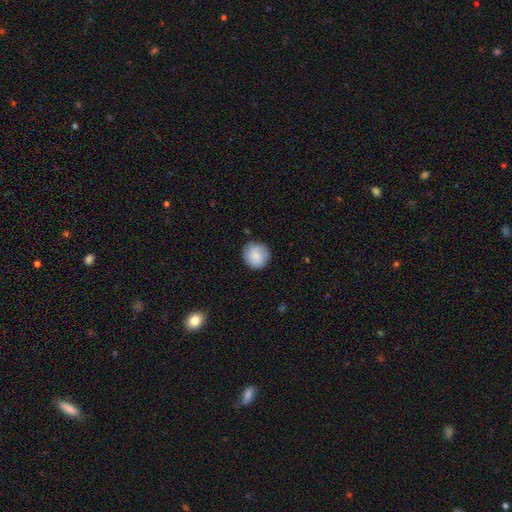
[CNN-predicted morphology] Smooth or featured? smooth (82%)
How rounded? round (92%)
Merging? none (84%)